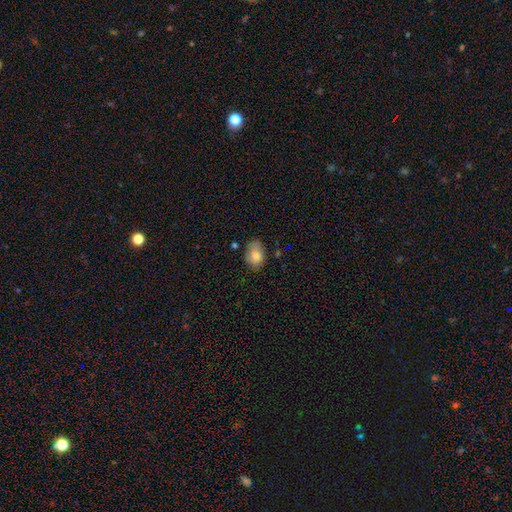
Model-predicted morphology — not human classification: smooth 78%, featured or disk 14%, star or artifact 8%. Down the decision tree: how rounded — in between (83%); merging — none (64%).